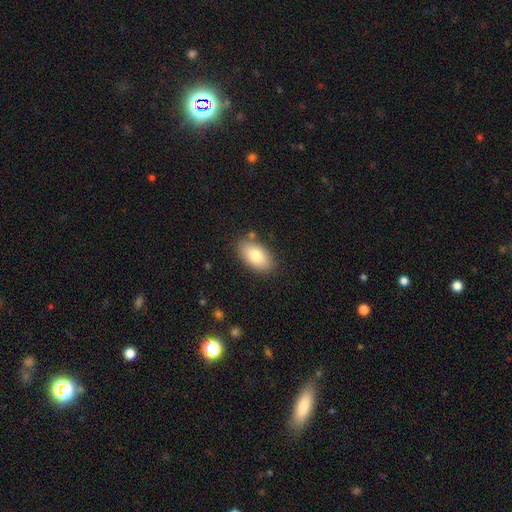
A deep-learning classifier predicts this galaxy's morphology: This is likely a smooth galaxy (79%). How rounded: clearly in between (93%). Merging: clearly none (83%).